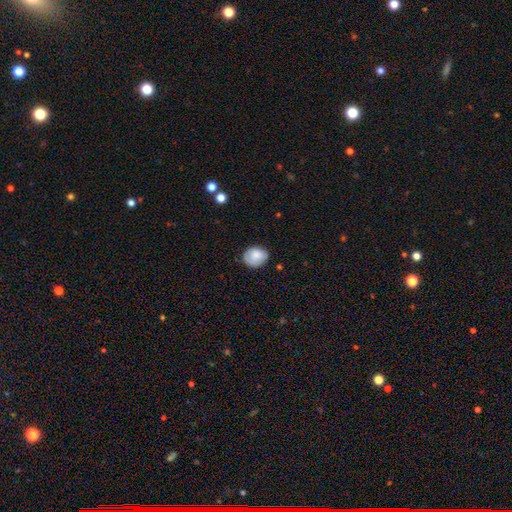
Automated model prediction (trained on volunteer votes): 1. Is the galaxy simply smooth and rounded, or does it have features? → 83% smooth, 9% featured or disk, 8% star or artifact.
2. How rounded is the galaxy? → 57% round, 43% in between, 1% cigar-shaped.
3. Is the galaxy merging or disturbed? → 74% none, 21% minor disturbance, 4% major disturbance, 1% merger.